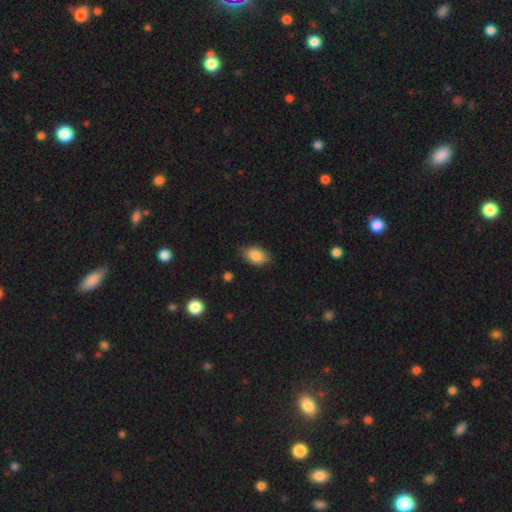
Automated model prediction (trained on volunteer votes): A smooth galaxy with no disk features (87%) that is in between round and cigar-shaped (91%).

Vote fractions:
- Smooth or featured? smooth: 87% / star or artifact: 7% / featured or disk: 6%
- How rounded? in between: 91% / round: 7% / cigar-shaped: 2%
- Merging? none: 83% / minor disturbance: 13% / major disturbance: 3% / merger: 1%